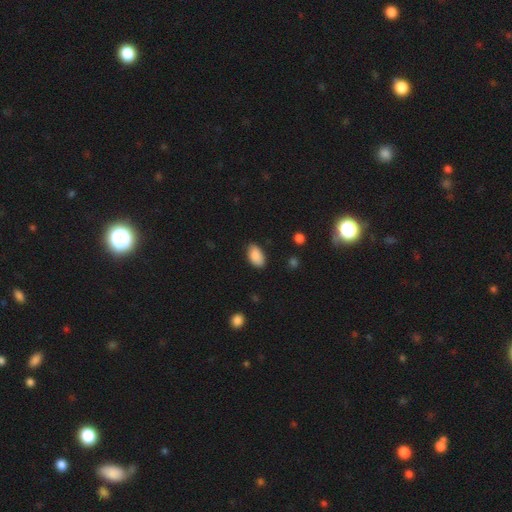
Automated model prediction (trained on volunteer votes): The model was most divided on "merging": none: 84%, minor disturbance: 13%, major disturbance: 3%, merger: 1%. More confident: how rounded — in between (94%); smooth or featured — smooth (89%).